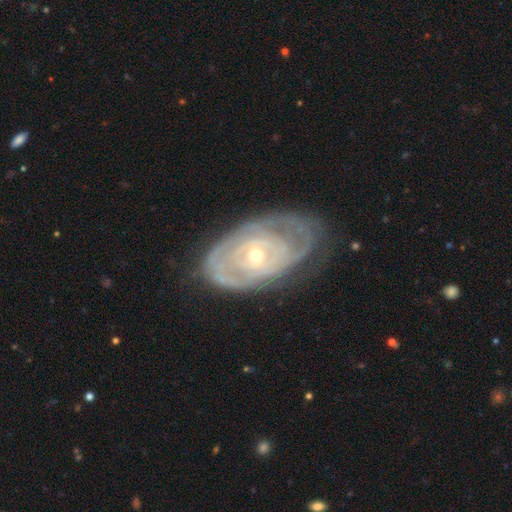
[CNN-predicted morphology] featured or disk 82%, smooth 13%, star or artifact 6%. Down the decision tree: edge-on disk — no (94%); bar — no (75%); spiral arms — yes (81%); spiral arm count — can't tell (54%); spiral winding — tight (77%); bulge size — small (63%); merging — none (63%).